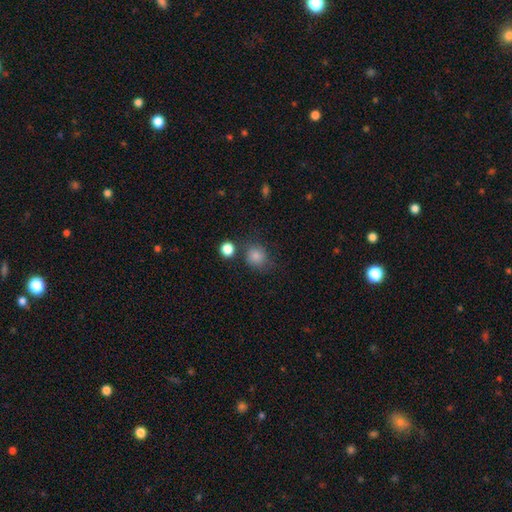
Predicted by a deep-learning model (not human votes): smooth_or_featured: smooth (p=0.80) [alt: star or artifact p=0.14]
how_rounded: round (p=0.82) [alt: in between p=0.17]
merging: none (p=0.72) [alt: minor disturbance p=0.15]